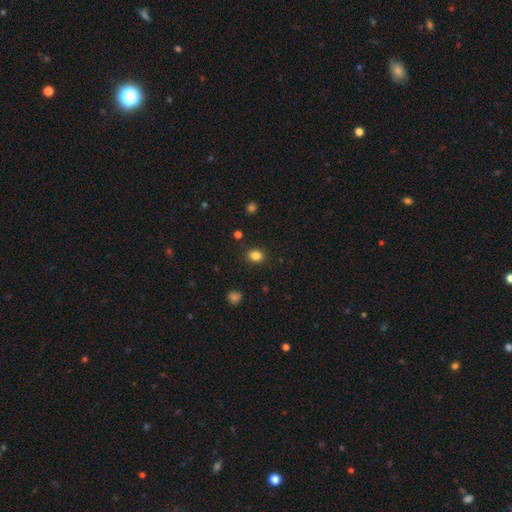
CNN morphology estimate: Smooth or featured? smooth (84%)
How rounded? round (51%)
Merging? none (87%)